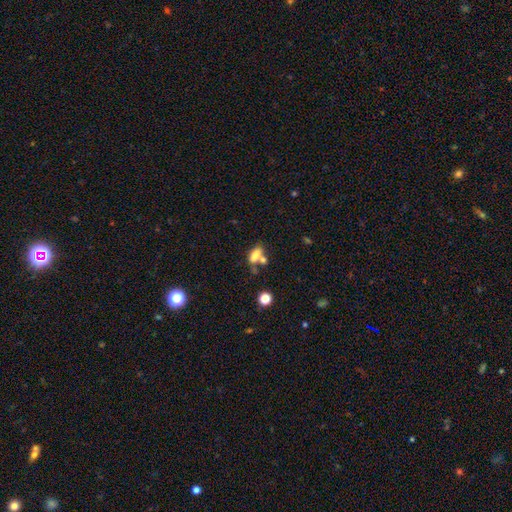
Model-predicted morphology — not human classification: A smooth galaxy with no disk features (75%) that is in between round and cigar-shaped (80%). Merging: none (42%).